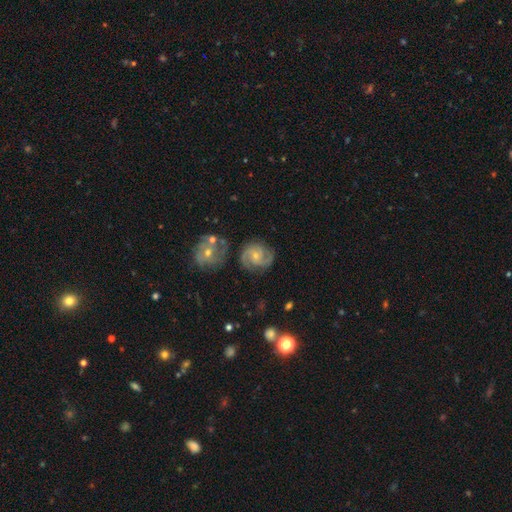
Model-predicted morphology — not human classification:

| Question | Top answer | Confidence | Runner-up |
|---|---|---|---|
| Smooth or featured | featured or disk | 86% | smooth (8%) |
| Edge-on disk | no | 98% | yes (2%) |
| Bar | no | 63% | weak (31%) |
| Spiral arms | yes | 97% | no (3%) |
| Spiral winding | medium | 51% | tight (38%) |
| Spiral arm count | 2 | 56% | 3 (27%) |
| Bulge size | small | 68% | moderate (28%) |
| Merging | none | 75% | minor disturbance (16%) |